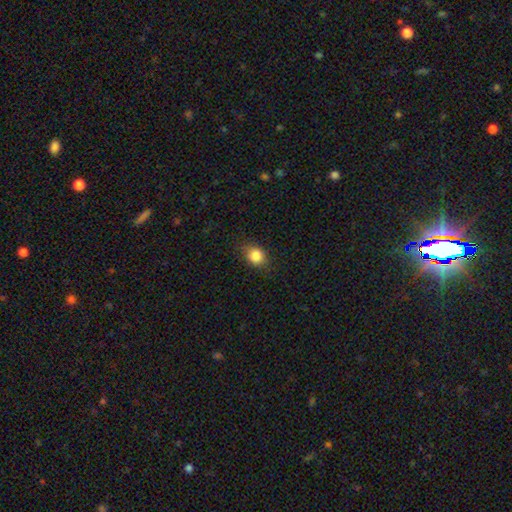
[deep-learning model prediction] Q: Smooth or featured?
A: smooth (84%); runner-up: star or artifact (10%)
Q: How rounded?
A: round (59%); runner-up: in between (40%)
Q: Merging?
A: none (81%); runner-up: minor disturbance (14%)